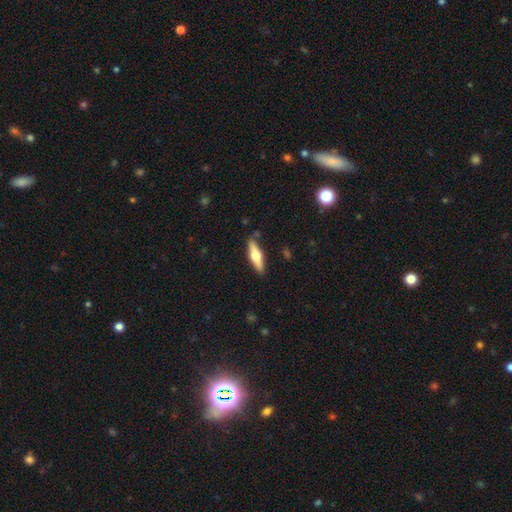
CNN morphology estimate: A featured or disk galaxy (50%).

Vote fractions:
- Smooth or featured? featured or disk: 50% / smooth: 45% / star or artifact: 5%
- Merging? none: 87% / minor disturbance: 9% / major disturbance: 2% / merger: 2%